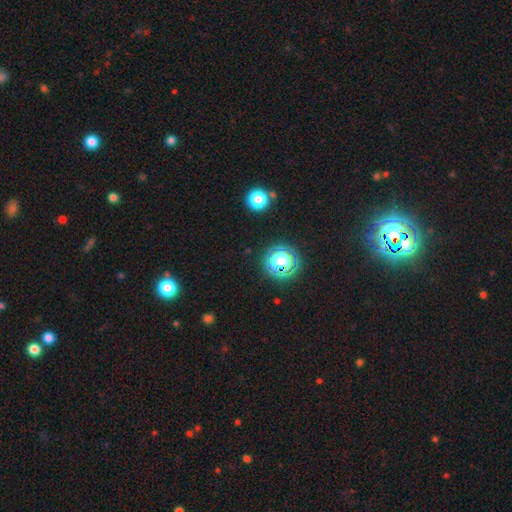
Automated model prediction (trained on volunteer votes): smooth_or_featured: star or artifact (p=0.71) [alt: smooth p=0.22]